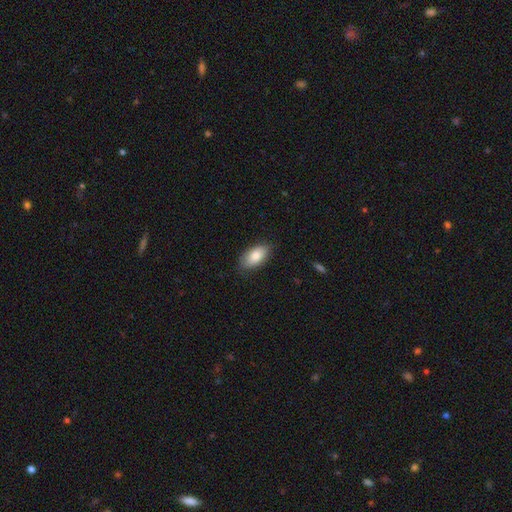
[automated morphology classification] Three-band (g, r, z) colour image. It shows a smooth galaxy with no disk features (82%) that is in between round and cigar-shaped (93%). Merging: none (81%).